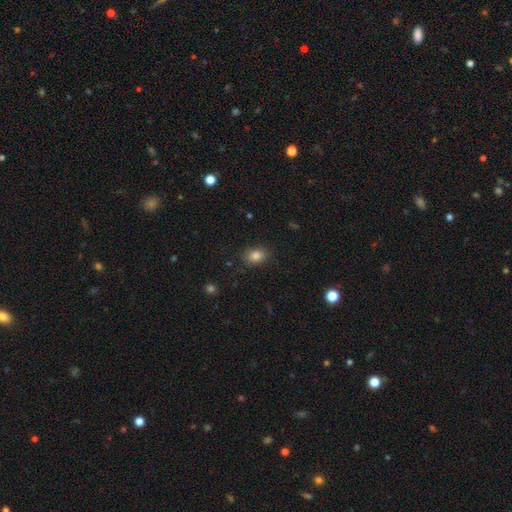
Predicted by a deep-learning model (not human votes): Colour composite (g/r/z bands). It shows a smooth galaxy with no disk features (83%) that is in between round and cigar-shaped (68%). Merging: none (85%).